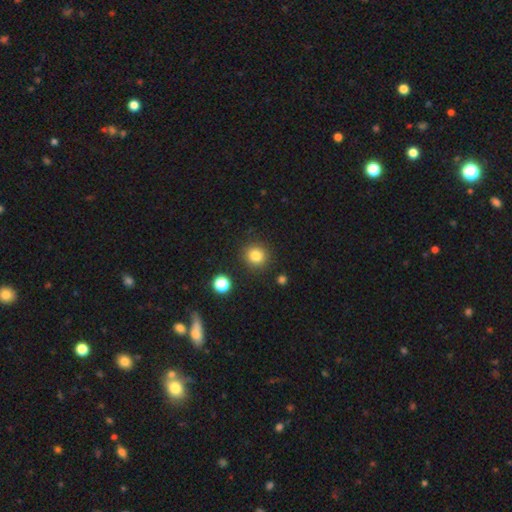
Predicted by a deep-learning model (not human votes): smooth-or-featured: smooth: 82% | star or artifact: 12% | featured or disk: 6%
  how-rounded: round: 90% | in between: 9% | cigar-shaped: 1%
  merging: none: 89% | minor disturbance: 6% | major disturbance: 2% | merger: 2%